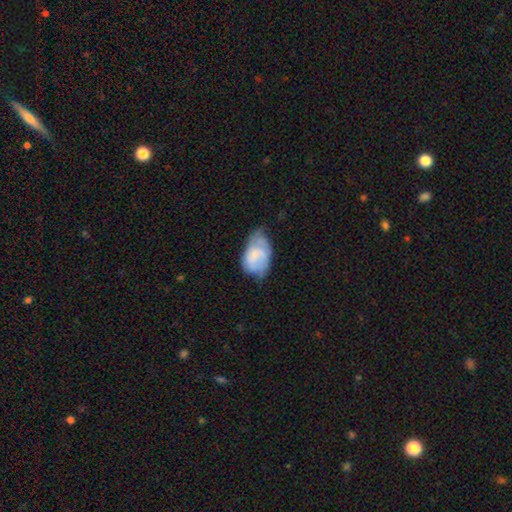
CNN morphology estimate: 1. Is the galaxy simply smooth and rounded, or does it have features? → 61% smooth, 32% featured or disk, 7% star or artifact.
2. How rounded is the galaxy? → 88% in between, 11% round, 1% cigar-shaped.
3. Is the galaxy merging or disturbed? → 45% minor disturbance, 33% none, 19% major disturbance, 3% merger.